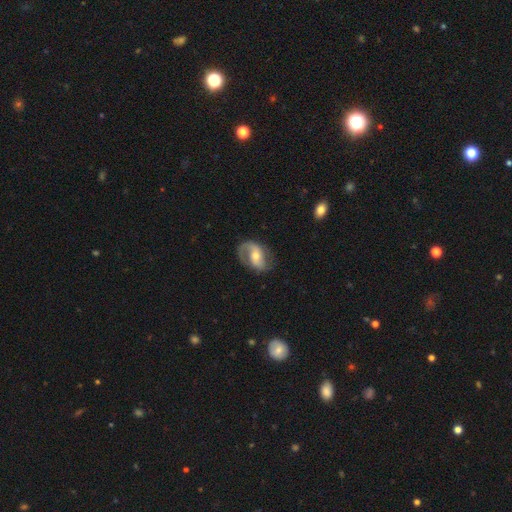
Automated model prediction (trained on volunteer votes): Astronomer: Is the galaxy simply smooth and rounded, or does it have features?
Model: featured or disk — 77%.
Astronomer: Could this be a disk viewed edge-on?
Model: no — 96%.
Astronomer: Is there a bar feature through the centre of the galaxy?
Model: weak — 38%, tied with no at 38%.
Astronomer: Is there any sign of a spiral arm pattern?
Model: yes — 91%.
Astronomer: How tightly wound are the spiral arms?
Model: medium — 43% (runner-up: loose, 38%).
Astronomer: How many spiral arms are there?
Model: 2 — 70%.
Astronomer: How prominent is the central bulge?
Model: moderate — 56% (runner-up: small, 38%).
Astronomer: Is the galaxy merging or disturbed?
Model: none — 67%.